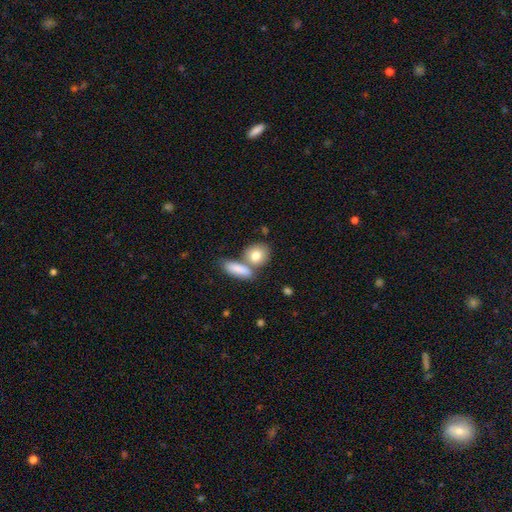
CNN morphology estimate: A smooth galaxy with no disk features (81%) that is round (49%). Merging: none (50%).